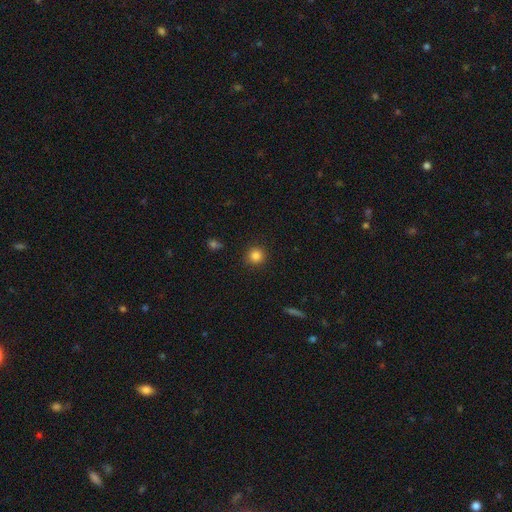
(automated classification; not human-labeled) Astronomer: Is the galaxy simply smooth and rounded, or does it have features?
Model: smooth — 84%.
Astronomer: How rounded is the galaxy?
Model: round — 93%.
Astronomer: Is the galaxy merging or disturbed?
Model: none — 91%.